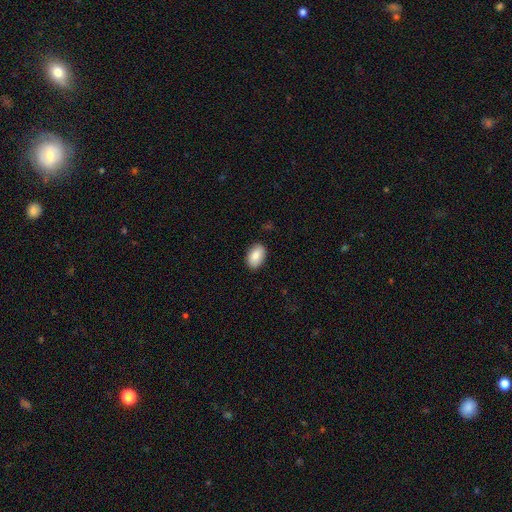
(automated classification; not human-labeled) A smooth galaxy with no disk features (85%) that is in between round and cigar-shaped (91%).

Vote fractions:
- Smooth or featured? smooth: 85% / featured or disk: 9% / star or artifact: 7%
- How rounded? in between: 91% / round: 7% / cigar-shaped: 1%
- Merging? none: 87% / minor disturbance: 10% / major disturbance: 2% / merger: 1%